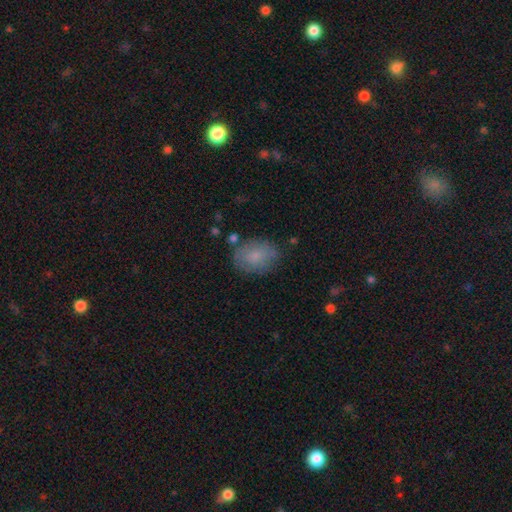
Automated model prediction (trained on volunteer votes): smooth_or_featured: smooth (p=0.77) [alt: featured or disk p=0.14]
how_rounded: in between (p=0.68) [alt: round p=0.30]
merging: none (p=0.75) [alt: minor disturbance p=0.17]